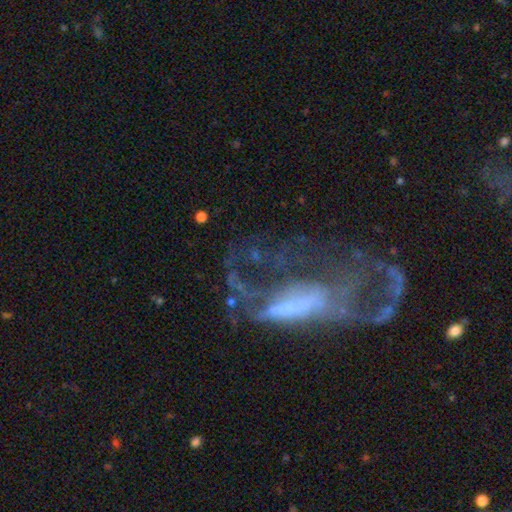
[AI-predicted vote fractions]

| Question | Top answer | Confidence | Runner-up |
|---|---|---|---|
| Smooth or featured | featured or disk | 66% | smooth (18%) |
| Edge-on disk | no | 87% | yes (13%) |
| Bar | no | 53% | weak (26%) |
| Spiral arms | no | 54% | yes (46%) |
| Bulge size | none | 38% | small (30%) |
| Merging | major disturbance | 52% | none (23%) |